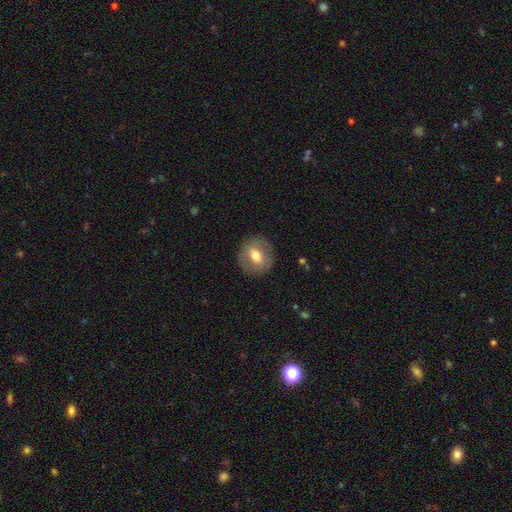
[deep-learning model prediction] smooth 56%, featured or disk 36%, star or artifact 8%. Down the decision tree: how rounded — round (80%); merging — none (86%).